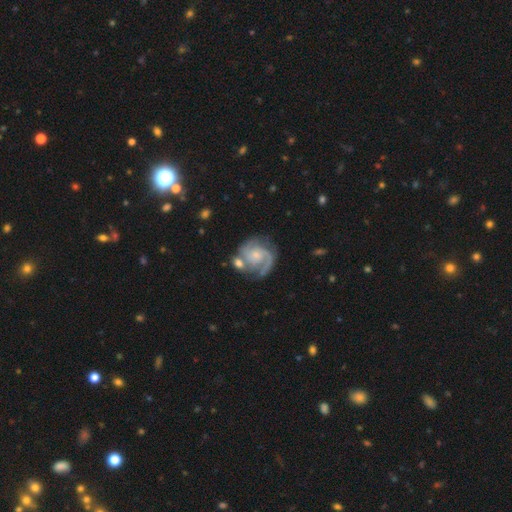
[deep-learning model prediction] Smooth or featured: featured or disk — 86% (smooth — 9%)
Edge-on disk: no — 98% (yes — 2%)
Bar: no — 68% (weak — 27%)
Spiral arms: yes — 97% (no — 3%)
Spiral winding: tight — 45% (medium — 44%)
Spiral arm count: 2 — 74% (3 — 10%)
Bulge size: small — 56% (moderate — 28%)
Merging: none — 59% (minor disturbance — 17%)